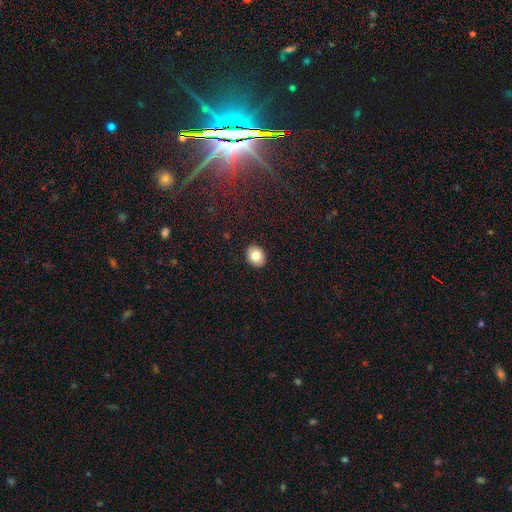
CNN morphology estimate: Smooth or featured: smooth — 82% (featured or disk — 10%)
How rounded: in between — 50% (round — 49%)
Merging: none — 91% (minor disturbance — 6%)